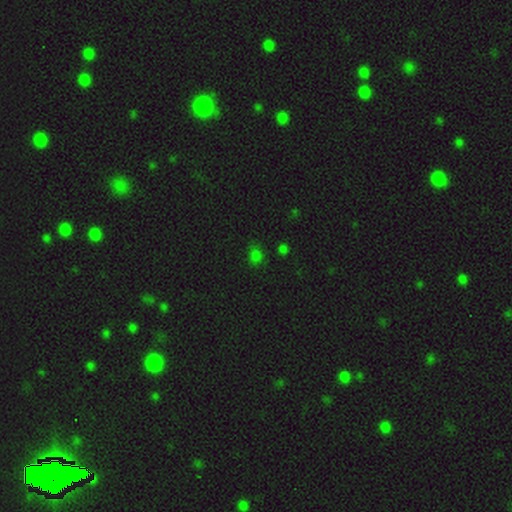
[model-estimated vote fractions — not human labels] smooth_or_featured: smooth (p=0.65) [alt: star or artifact p=0.31]
how_rounded: round (p=0.56) [alt: in between p=0.42]
merging: none (p=0.75) [alt: minor disturbance p=0.17]